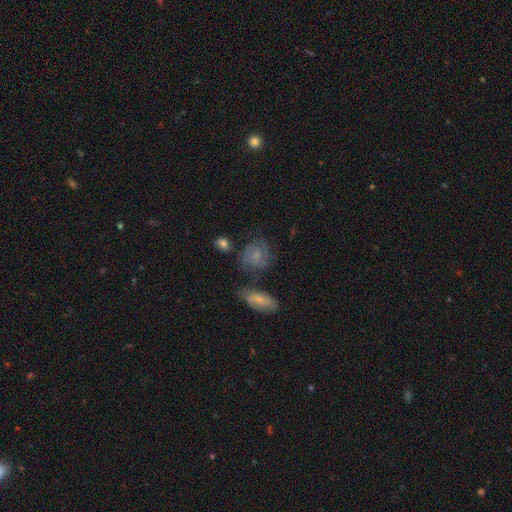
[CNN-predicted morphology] A smooth galaxy with no disk features (45%).

Vote fractions:
- Smooth or featured? smooth: 45% / featured or disk: 43% / star or artifact: 12%
- Merging? none: 55% / minor disturbance: 21% / major disturbance: 13% / merger: 11%